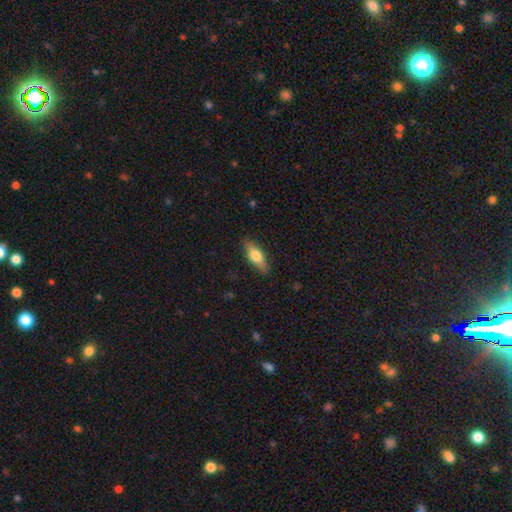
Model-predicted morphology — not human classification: Smooth or featured: smooth — 65% (featured or disk — 29%)
How rounded: in between — 65% (cigar-shaped — 31%)
Merging: none — 87% (minor disturbance — 10%)